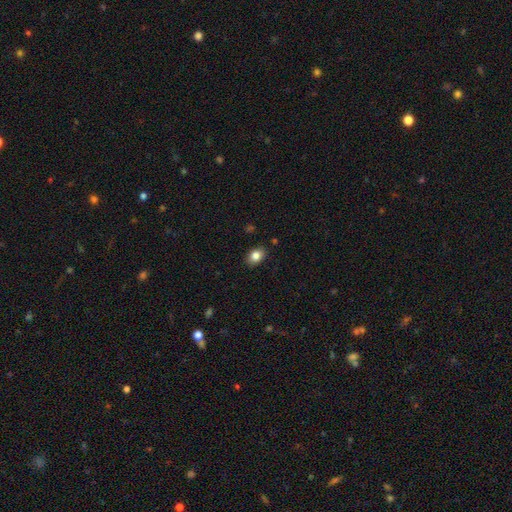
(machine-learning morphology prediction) Smooth or featured? Predicted: smooth (p=0.84). How rounded? Predicted: in between (p=0.75). Merging? Predicted: none (p=0.87).